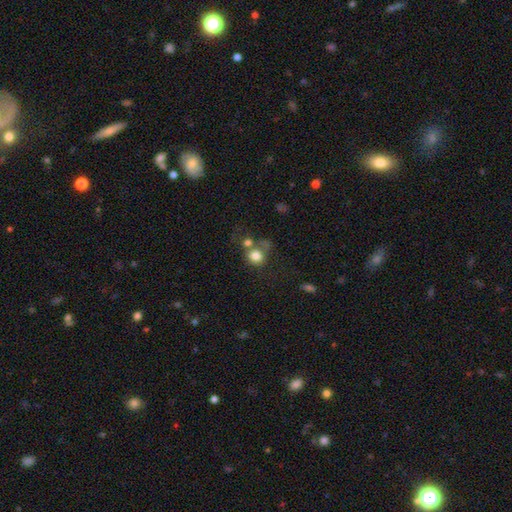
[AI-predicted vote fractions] This is likely a smooth galaxy (80%). How rounded: clearly round (81%). Merging: marginally none (44%).